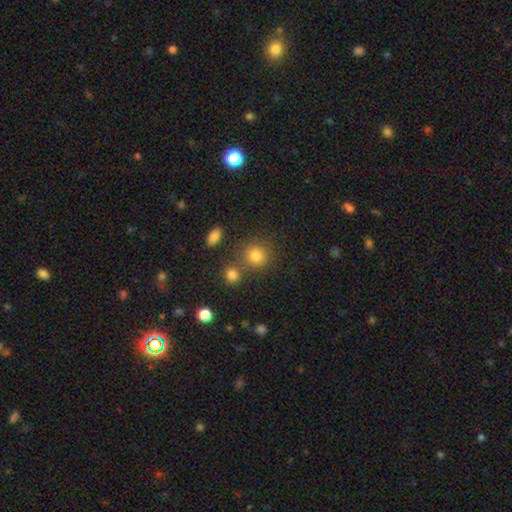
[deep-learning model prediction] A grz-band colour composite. It shows a smooth galaxy with no disk features (81%) that is round (85%). Merging: none (69%).